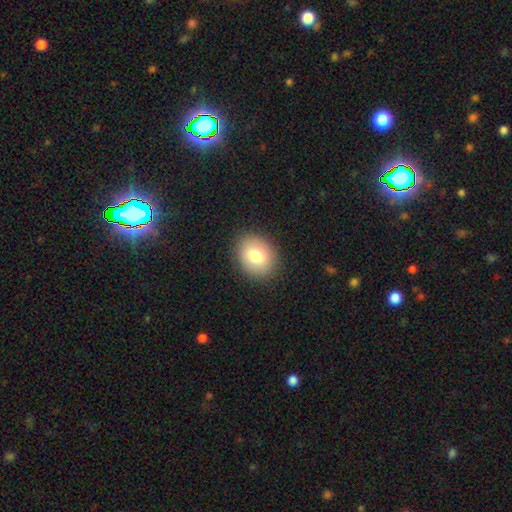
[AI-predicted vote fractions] Smooth or featured: smooth — 78% (featured or disk — 13%)
How rounded: round — 50% (in between — 49%)
Merging: none — 88% (minor disturbance — 8%)